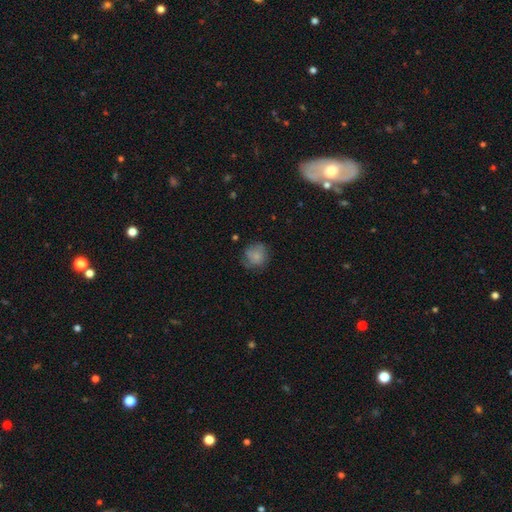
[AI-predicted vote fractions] Smooth or featured? Predicted: smooth (p=0.73). How rounded? Predicted: round (p=0.85). Merging? Predicted: none (p=0.65).